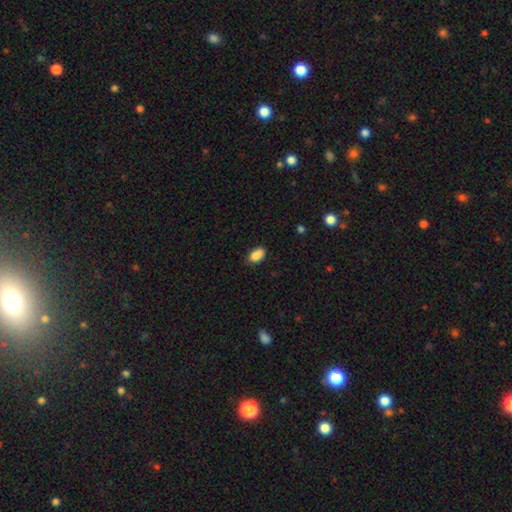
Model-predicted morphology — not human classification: Overall: smooth (86%). How rounded: in between (91%). Merging: none (73%).